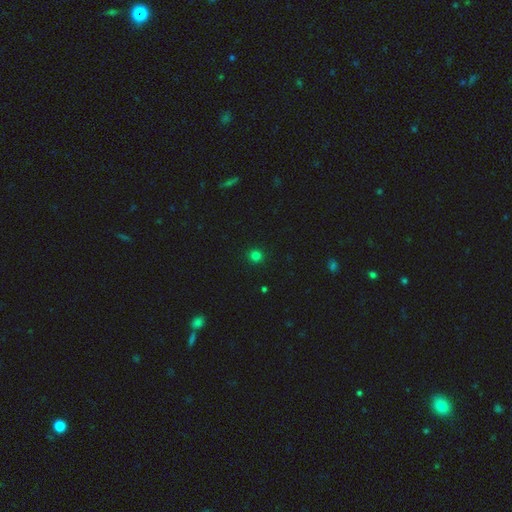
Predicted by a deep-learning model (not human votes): Overall: smooth (80%). How rounded: round (95%). Merging: none (93%).